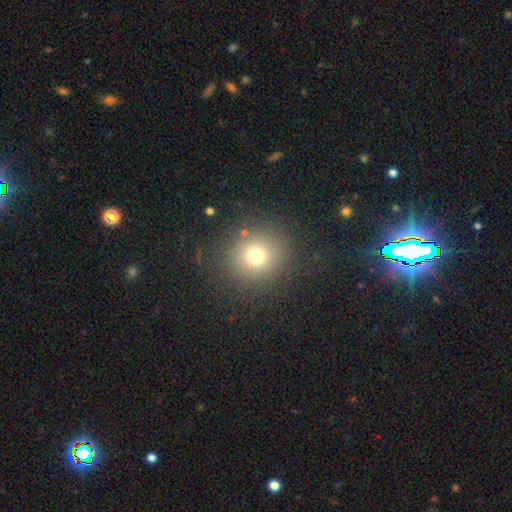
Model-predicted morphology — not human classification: smooth_or_featured: smooth (p=0.72) [alt: star or artifact p=0.18]
how_rounded: round (p=0.92) [alt: in between p=0.07]
merging: none (p=0.86) [alt: minor disturbance p=0.08]